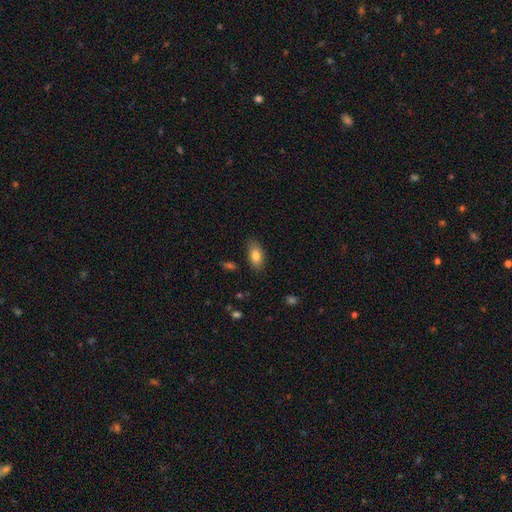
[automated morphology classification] Smooth or featured? smooth (83%)
How rounded? in between (92%)
Merging? none (82%)